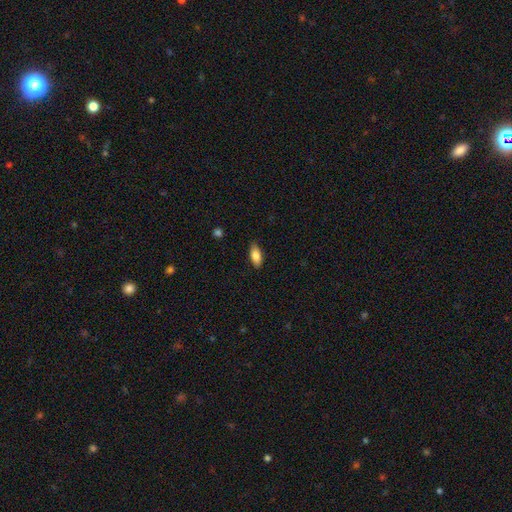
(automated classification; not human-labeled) Smooth or featured? smooth (84%)
How rounded? in between (83%)
Merging? none (85%)